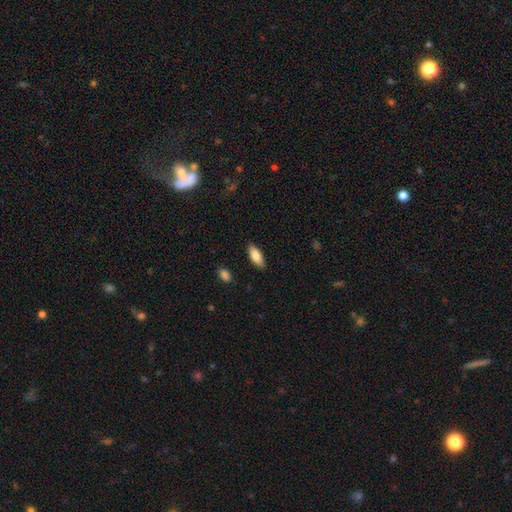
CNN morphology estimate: Smooth or featured: smooth — 83% (featured or disk — 11%)
How rounded: in between — 80% (cigar-shaped — 18%)
Merging: none — 86% (minor disturbance — 11%)